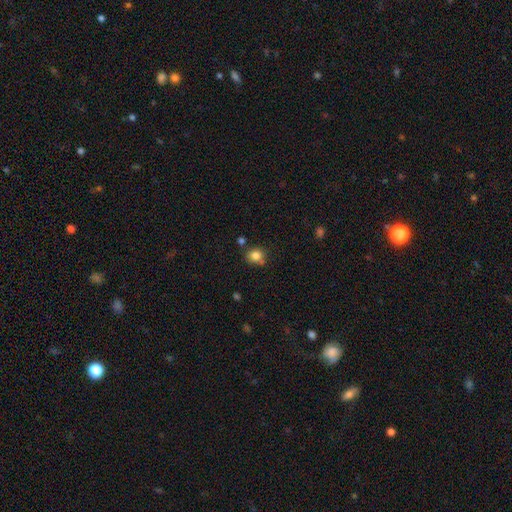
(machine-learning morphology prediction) Smooth or featured?
  - smooth: 82% *
  - star or artifact: 12%
  - featured or disk: 7%
How rounded?
  - round: 80% *
  - in between: 19%
  - cigar-shaped: 1%
Merging?
  - none: 73% *
  - minor disturbance: 13%
  - merger: 11%
  - major disturbance: 3%